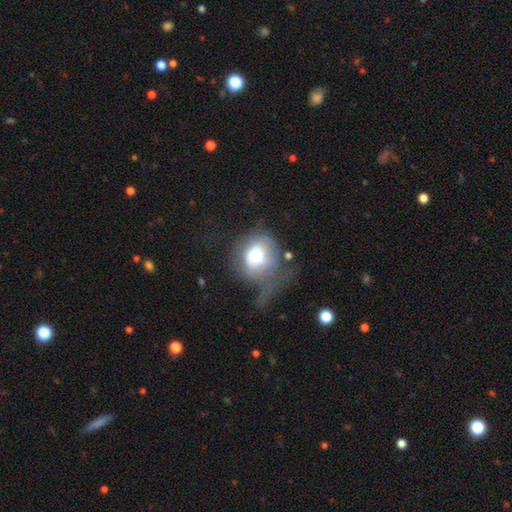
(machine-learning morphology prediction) Overall: smooth (55%; featured or disk 36%). How rounded: round (71%). Merging: major disturbance (50%; none 22%).